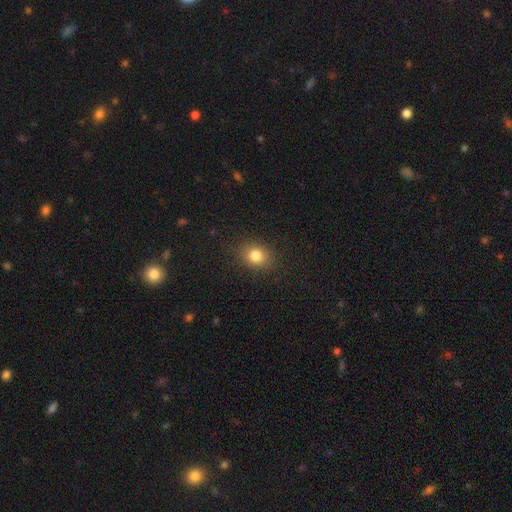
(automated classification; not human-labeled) Smooth or featured? Predicted: smooth (p=0.81). How rounded? Predicted: round (p=0.58). Merging? Predicted: none (p=0.87).